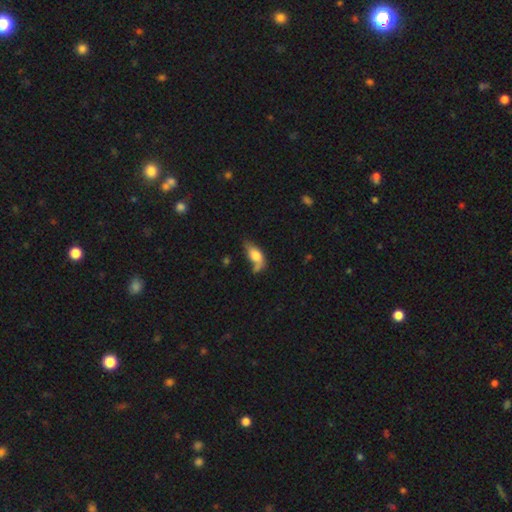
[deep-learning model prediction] The model was most divided on "merging": none: 35%, minor disturbance: 25%, major disturbance: 22%, merger: 19%. More confident: how rounded — in between (80%); smooth or featured — smooth (65%).